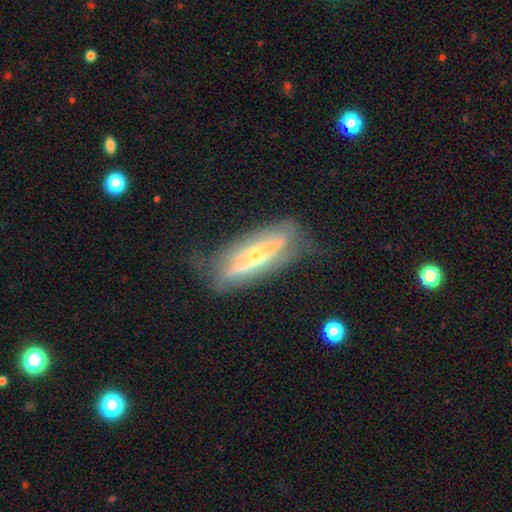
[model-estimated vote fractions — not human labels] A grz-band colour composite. It shows a featured or disk galaxy (72%) viewed edge-on (78%) with a rounded central bulge (91%). Merging: none (66%).